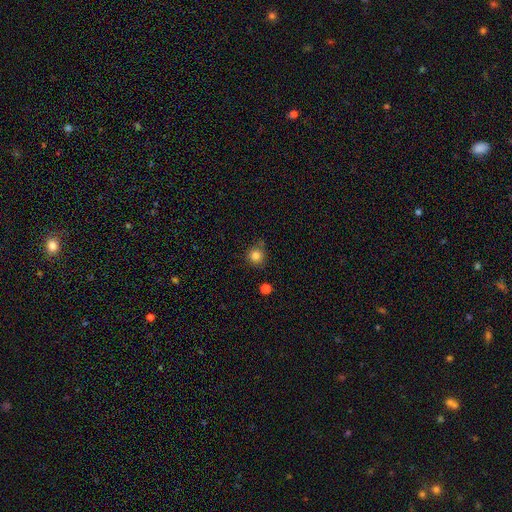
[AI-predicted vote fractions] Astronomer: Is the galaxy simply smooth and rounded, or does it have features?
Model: smooth — 83%.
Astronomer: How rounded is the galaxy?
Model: round — 93%.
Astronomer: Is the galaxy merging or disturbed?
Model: none — 77%.